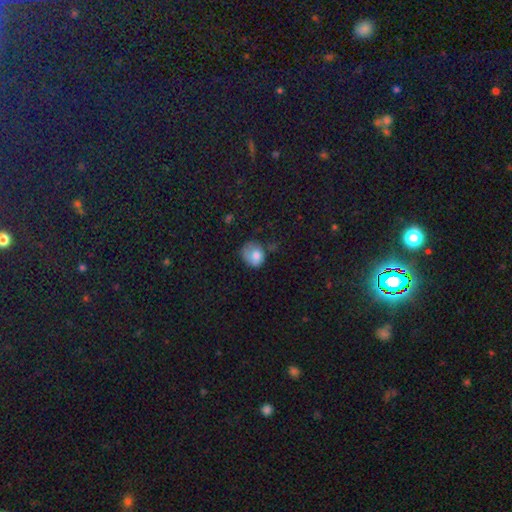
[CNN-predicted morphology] Overall: smooth (74%). How rounded: round (56%; in between 43%). Merging: none (39%; minor disturbance 35%).